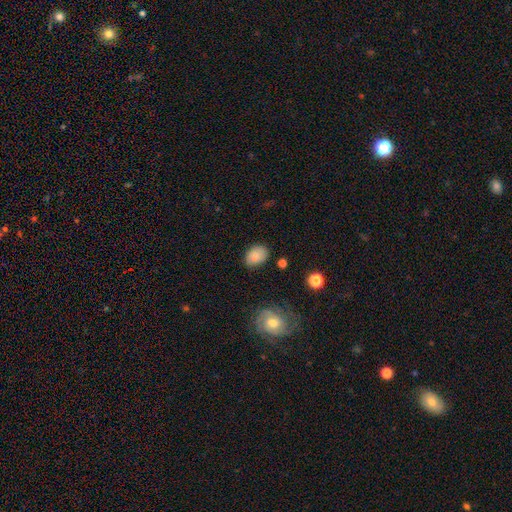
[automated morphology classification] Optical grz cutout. It shows a smooth galaxy with no disk features (85%) that is in between round and cigar-shaped (76%). Merging: none (76%).